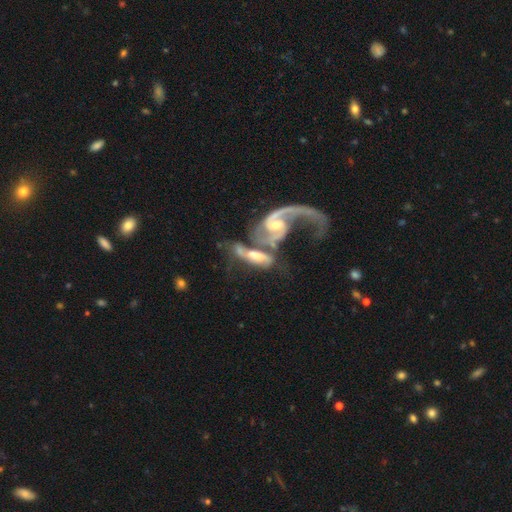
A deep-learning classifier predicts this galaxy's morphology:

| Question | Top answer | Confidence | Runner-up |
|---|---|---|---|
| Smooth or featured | featured or disk | 75% | smooth (19%) |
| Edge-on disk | no | 91% | yes (9%) |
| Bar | no | 42% | weak (37%) |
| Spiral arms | yes | 87% | no (13%) |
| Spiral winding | loose | 53% | medium (32%) |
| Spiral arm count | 2 | 74% | 1 (13%) |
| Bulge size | moderate | 48% | small (33%) |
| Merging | merger | 64% | major disturbance (15%) |